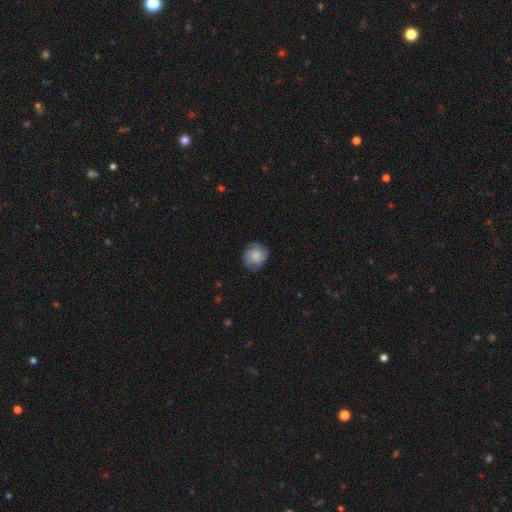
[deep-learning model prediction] The model was most divided on "smooth or featured": smooth: 60%, featured or disk: 32%, star or artifact: 8%. More confident: how rounded — round (76%); merging — none (73%).